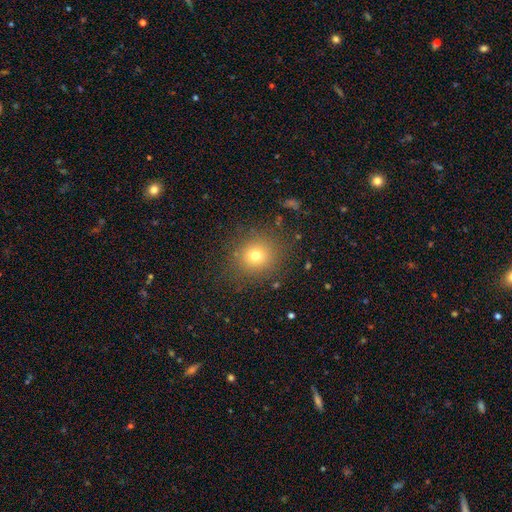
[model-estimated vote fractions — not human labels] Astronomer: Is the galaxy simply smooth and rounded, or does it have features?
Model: smooth — 72%.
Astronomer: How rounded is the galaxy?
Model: round — 89%.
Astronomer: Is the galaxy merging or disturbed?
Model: none — 85%.